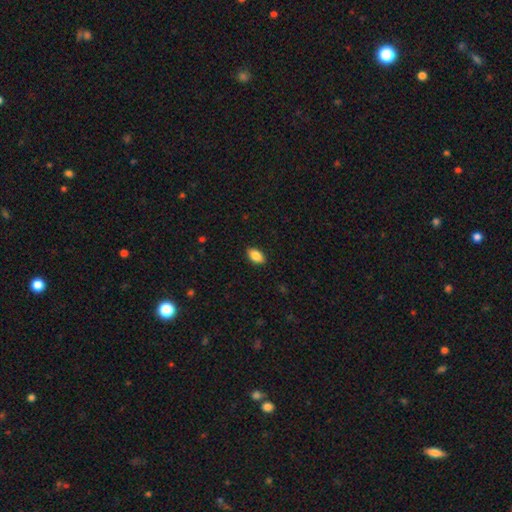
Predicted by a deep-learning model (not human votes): The model was most divided on "smooth or featured": smooth: 86%, star or artifact: 7%, featured or disk: 7%. More confident: how rounded — in between (92%); merging — none (89%).